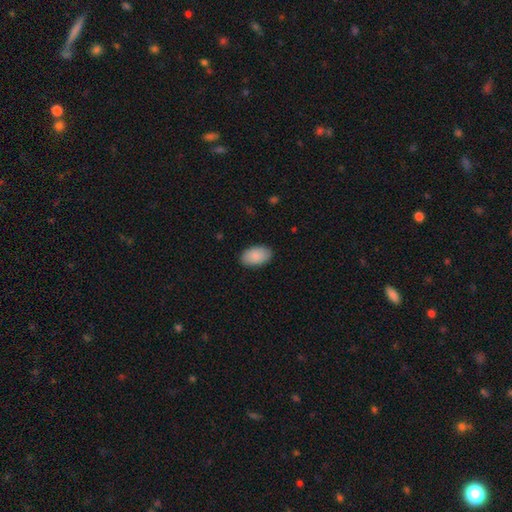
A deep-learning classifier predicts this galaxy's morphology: Overall: smooth (90%). How rounded: in between (94%). Merging: none (88%).